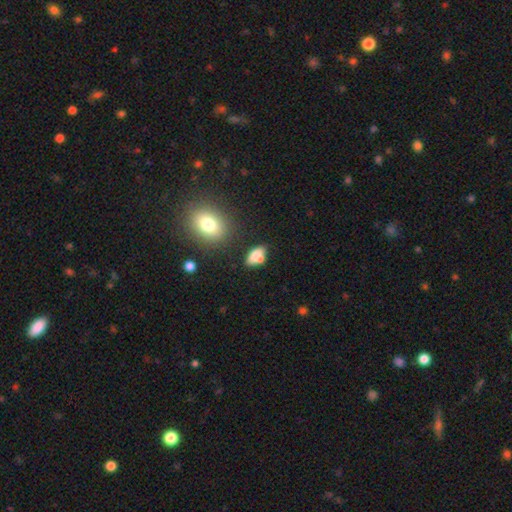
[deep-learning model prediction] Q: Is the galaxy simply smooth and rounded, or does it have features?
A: smooth — 74%.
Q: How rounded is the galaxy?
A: in between — 84%.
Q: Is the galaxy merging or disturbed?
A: none — 51%.